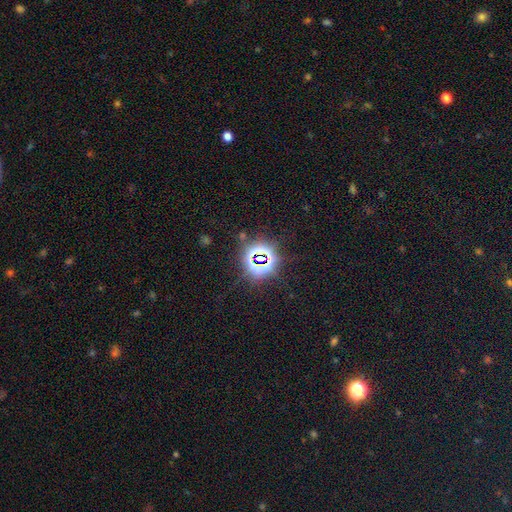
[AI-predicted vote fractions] smooth_or_featured: star or artifact (p=0.79) [alt: smooth p=0.14]